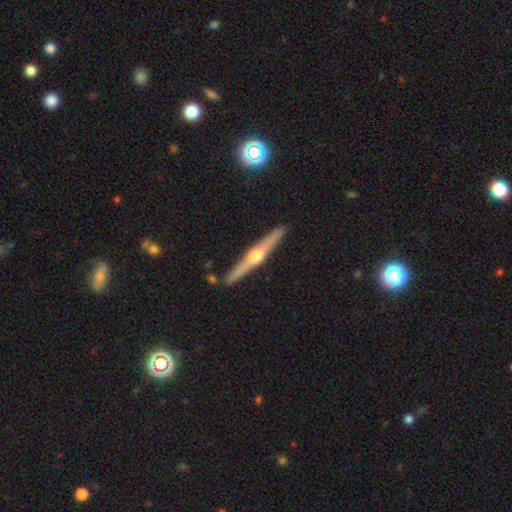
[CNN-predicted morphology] This is likely a featured or disk galaxy (75%). It is clearly viewed edge-on (98%). Edge-on bulge: clearly rounded (93%). Merging: clearly none (89%).